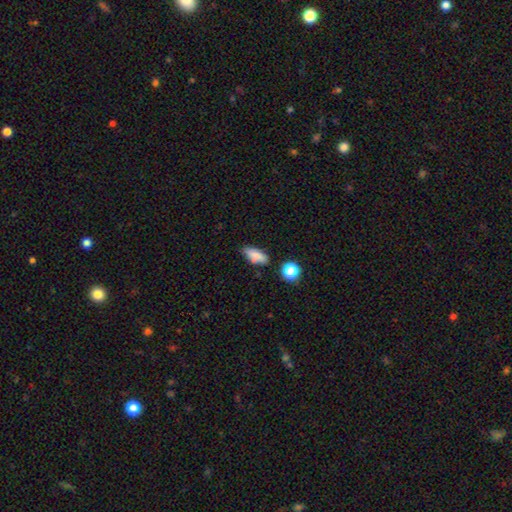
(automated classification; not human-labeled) A smooth galaxy with no disk features (82%) that is in between round and cigar-shaped (74%). Merging: none (70%).